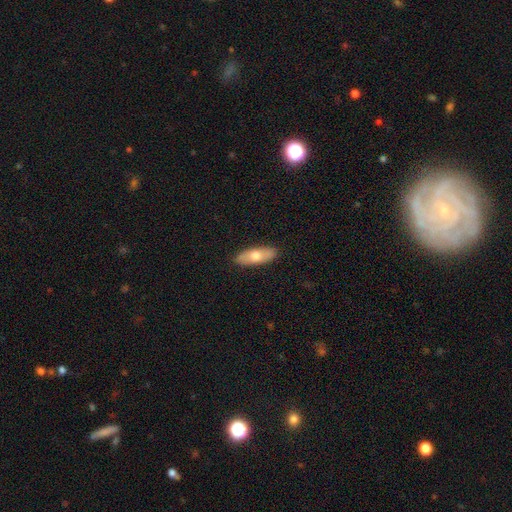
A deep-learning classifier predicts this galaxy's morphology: smooth_or_featured: smooth (p=0.71) [alt: featured or disk p=0.24]
how_rounded: in between (p=0.65) [alt: cigar-shaped p=0.32]
merging: none (p=0.89) [alt: minor disturbance p=0.08]